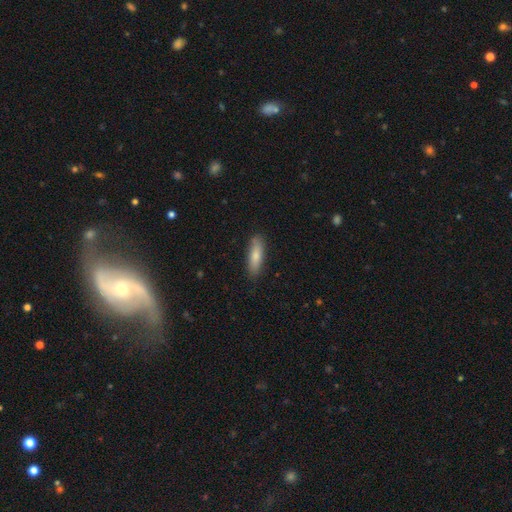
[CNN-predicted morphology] Overall: smooth (79%). How rounded: cigar-shaped (56%; in between 43%). Merging: none (83%).